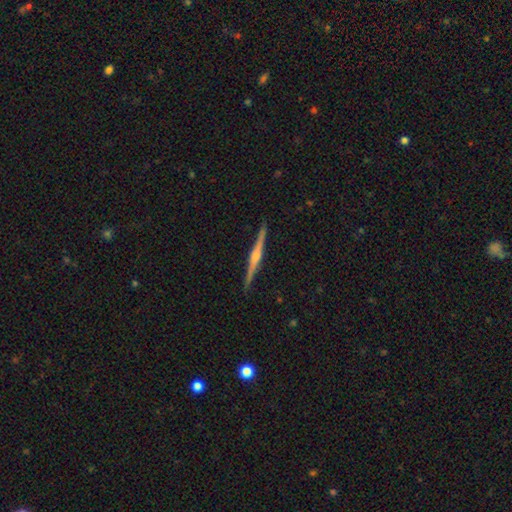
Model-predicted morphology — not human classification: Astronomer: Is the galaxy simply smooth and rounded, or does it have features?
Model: featured or disk — 81%.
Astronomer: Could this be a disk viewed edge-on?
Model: yes — 98%.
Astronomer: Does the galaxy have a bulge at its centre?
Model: rounded — 76%.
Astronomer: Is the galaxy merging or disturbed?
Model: none — 91%.